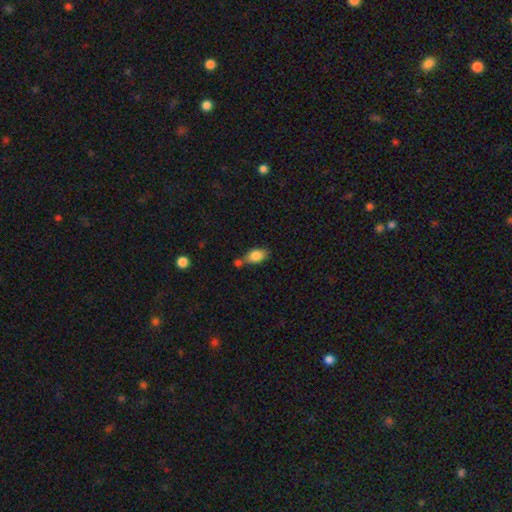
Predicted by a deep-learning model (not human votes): smooth-or-featured: smooth: 84% | featured or disk: 9% | star or artifact: 8%
  how-rounded: in between: 87% | round: 10% | cigar-shaped: 3%
  merging: none: 55% | merger: 24% | minor disturbance: 17% | major disturbance: 4%